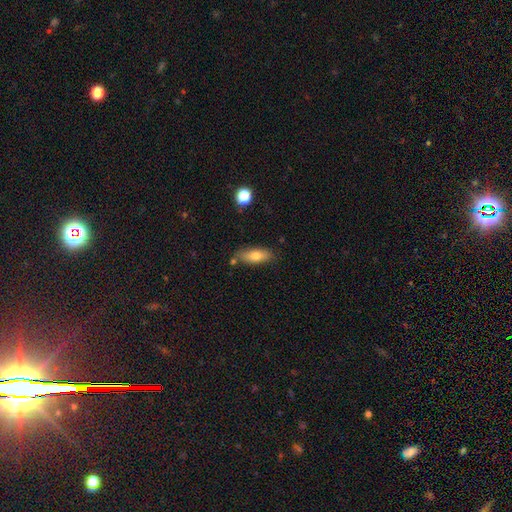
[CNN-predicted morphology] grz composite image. It shows a smooth galaxy with no disk features (73%) that is in between round and cigar-shaped (69%). Merging: none (77%).